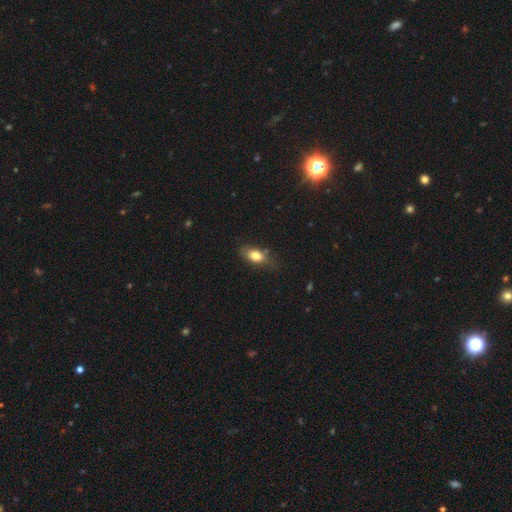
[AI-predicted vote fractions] Q: Smooth or featured?
A: smooth (76%); runner-up: featured or disk (15%)
Q: How rounded?
A: in between (82%); runner-up: round (10%)
Q: Merging?
A: none (59%); runner-up: minor disturbance (29%)